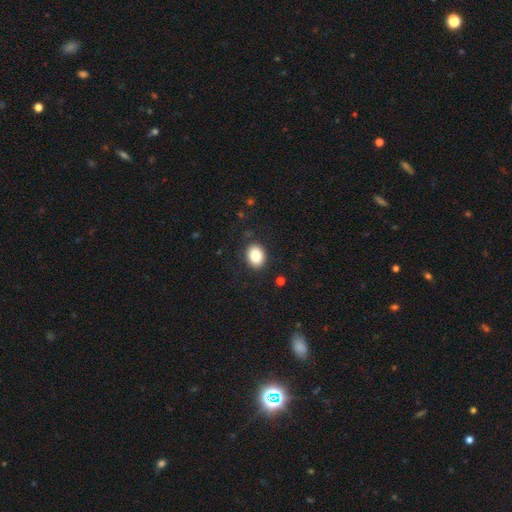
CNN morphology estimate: Overall: smooth (84%). How rounded: in between (62%; round 37%). Merging: none (89%).